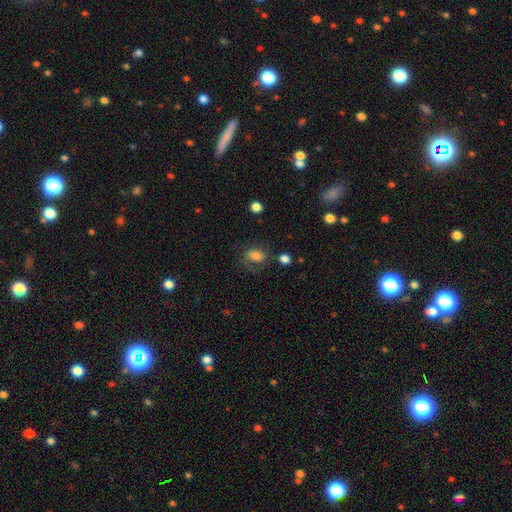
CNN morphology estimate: Overall: smooth (69%). How rounded: in between (70%). Merging: none (56%; minor disturbance 21%).